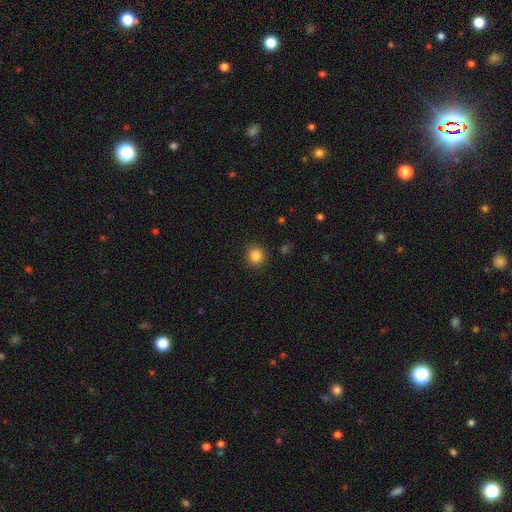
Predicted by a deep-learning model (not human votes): smooth_or_featured: smooth (p=0.85) [alt: star or artifact p=0.11]
how_rounded: round (p=0.90) [alt: in between p=0.09]
merging: none (p=0.90) [alt: minor disturbance p=0.07]